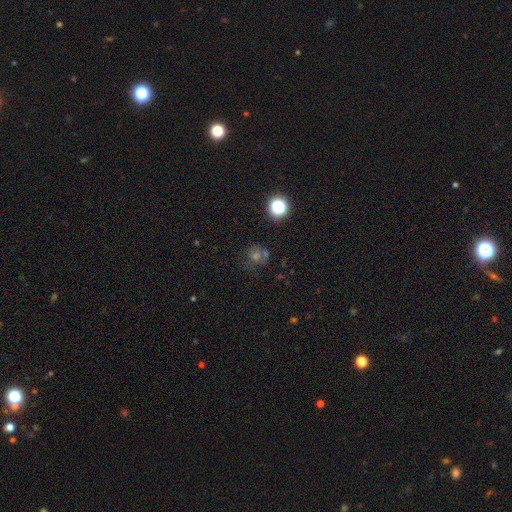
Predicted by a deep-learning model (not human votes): smooth_or_featured: smooth (p=0.45) [alt: star or artifact p=0.38]
merging: none (p=0.66) [alt: minor disturbance p=0.14]